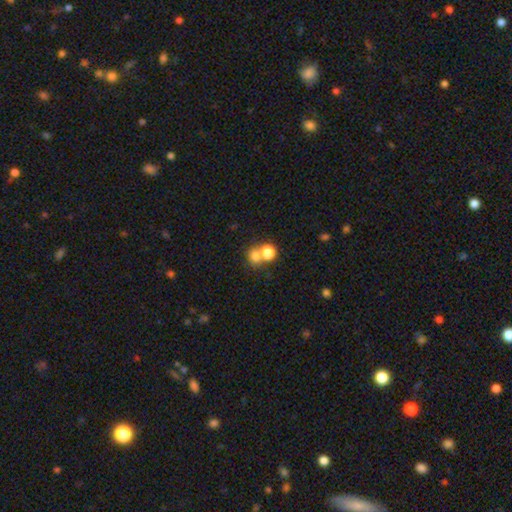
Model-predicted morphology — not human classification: A smooth galaxy with no disk features (73%) that is round (78%).

Vote fractions:
- Smooth or featured? smooth: 73% / star or artifact: 17% / featured or disk: 10%
- How rounded? round: 78% / in between: 21% / cigar-shaped: 1%
- Merging? none: 48% / merger: 41% / minor disturbance: 7% / major disturbance: 4%